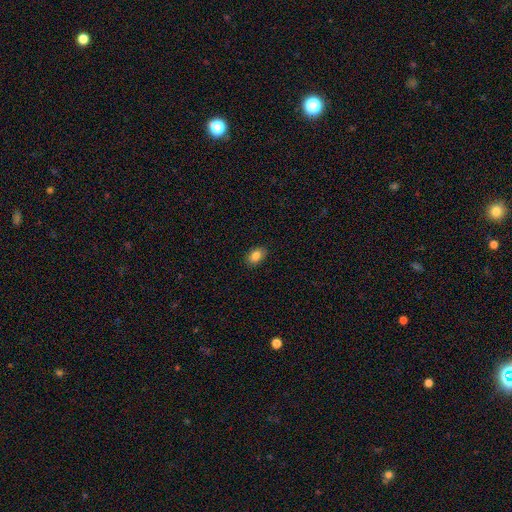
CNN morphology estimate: A smooth galaxy with no disk features (85%) that is in between round and cigar-shaped (86%). Merging: none (88%).